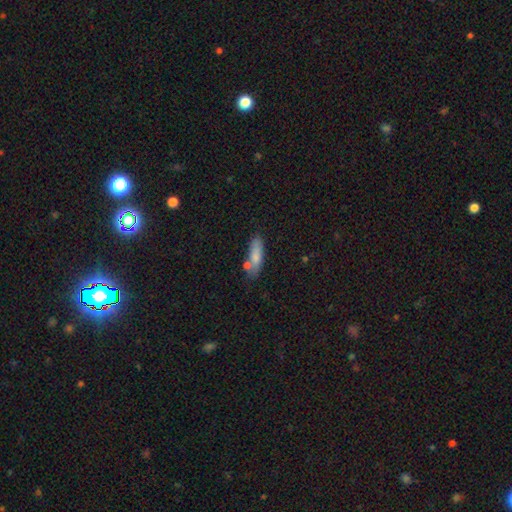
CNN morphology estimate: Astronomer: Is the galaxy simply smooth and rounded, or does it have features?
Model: smooth — 77%.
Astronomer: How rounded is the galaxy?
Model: in between — 54% (runner-up: cigar-shaped, 43%).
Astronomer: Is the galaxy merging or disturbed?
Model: none — 63%.